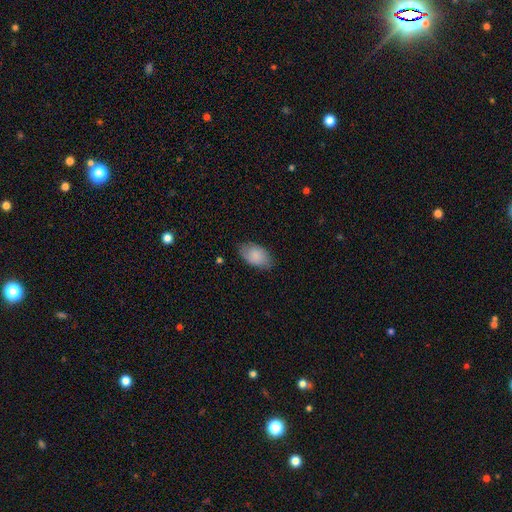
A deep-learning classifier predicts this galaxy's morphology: A smooth galaxy with no disk features (86%) that is in between round and cigar-shaped (93%).

Vote fractions:
- Smooth or featured? smooth: 86% / featured or disk: 8% / star or artifact: 6%
- How rounded? in between: 93% / round: 5% / cigar-shaped: 1%
- Merging? none: 78% / minor disturbance: 18% / major disturbance: 3% / merger: 1%